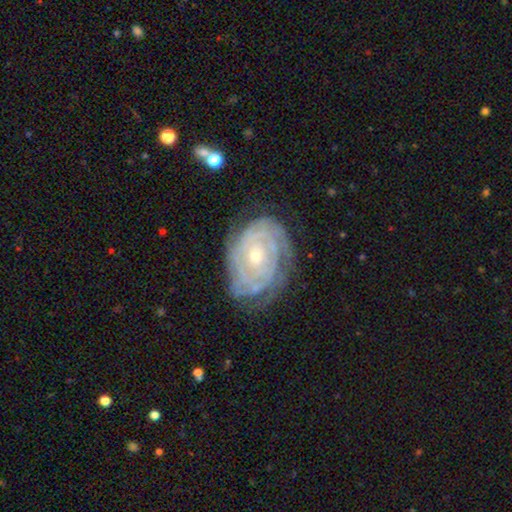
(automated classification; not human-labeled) The model was most divided on "spiral arm count": can't tell: 38%, 2: 19%, 3: 17%, 4: 13%, more than 4: 7%, 1: 6%. More confident: edge-on disk — no (97%); spiral arms — yes (95%); smooth or featured — featured or disk (87%); spiral winding — tight (84%); bar — no (76%); merging — none (71%); bulge size — small (59%).